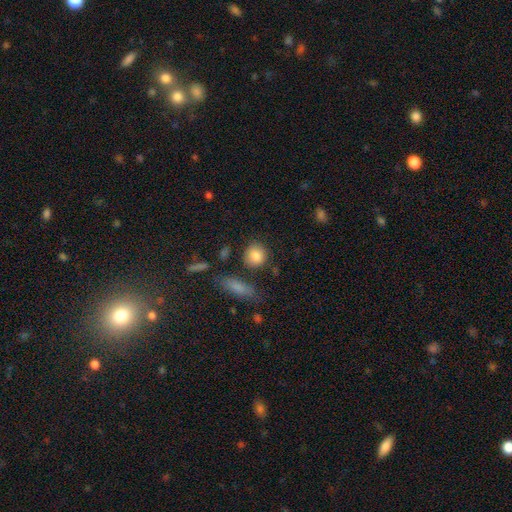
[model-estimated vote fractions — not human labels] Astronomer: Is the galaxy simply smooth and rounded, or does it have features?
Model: smooth — 84%.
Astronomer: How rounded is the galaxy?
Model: round — 82%.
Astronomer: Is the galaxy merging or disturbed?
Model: none — 79%.